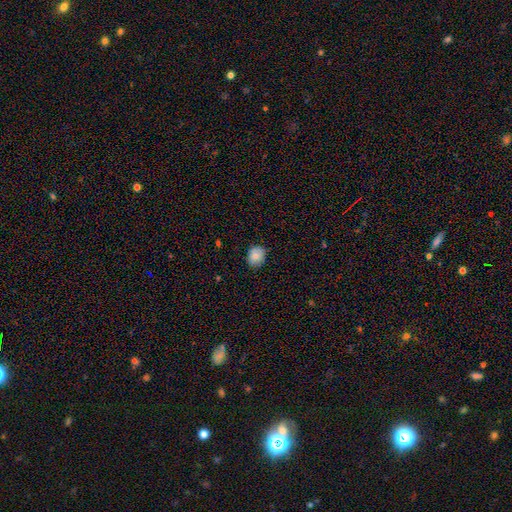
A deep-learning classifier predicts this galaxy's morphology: Smooth or featured? smooth (79%)
How rounded? round (57%)
Merging? none (82%)